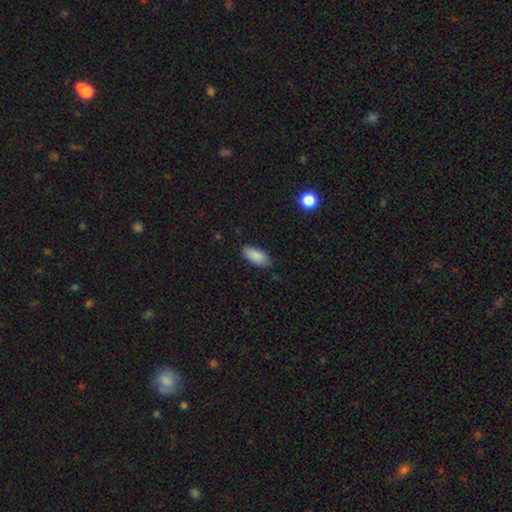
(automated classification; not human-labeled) smooth-or-featured: smooth: 89% | star or artifact: 7% | featured or disk: 5%
  how-rounded: in between: 88% | cigar-shaped: 10% | round: 2%
  merging: none: 81% | minor disturbance: 15% | major disturbance: 3% | merger: 1%